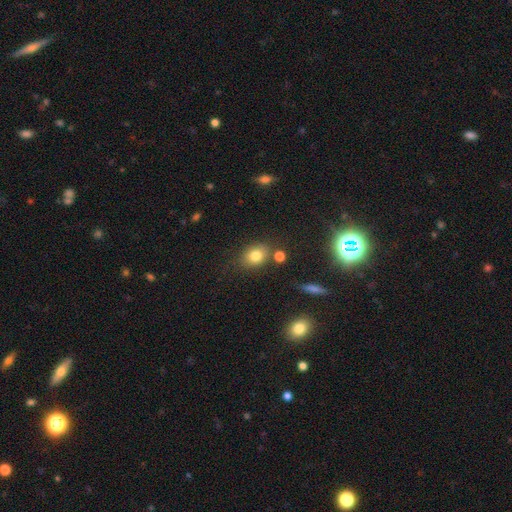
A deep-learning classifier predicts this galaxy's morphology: Smooth or featured? smooth (79%)
How rounded? in between (64%)
Merging? none (72%)